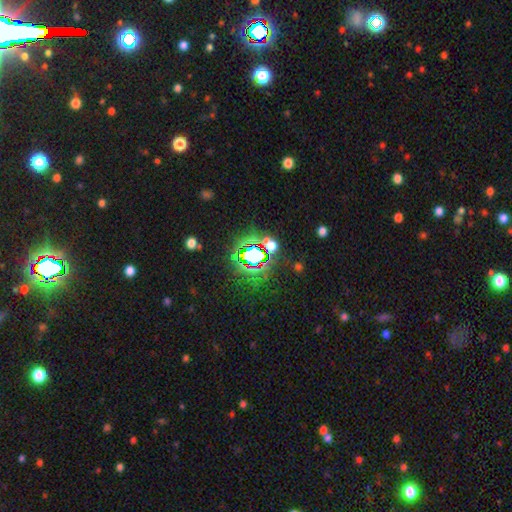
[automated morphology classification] A star or artifact, not a galaxy (76%).